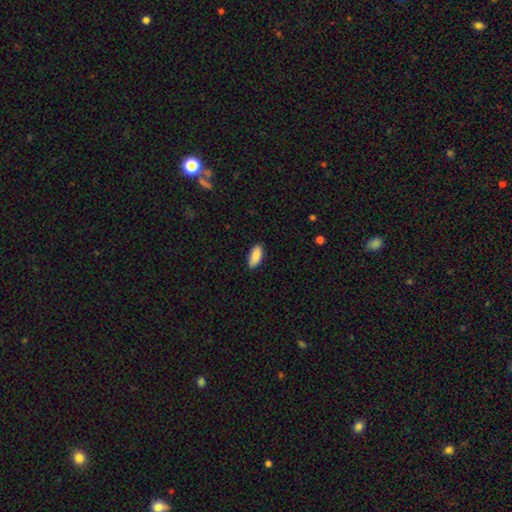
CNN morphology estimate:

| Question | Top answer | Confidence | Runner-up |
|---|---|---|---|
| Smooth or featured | smooth | 89% | star or artifact (6%) |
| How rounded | in between | 88% | cigar-shaped (11%) |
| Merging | none | 87% | minor disturbance (11%) |